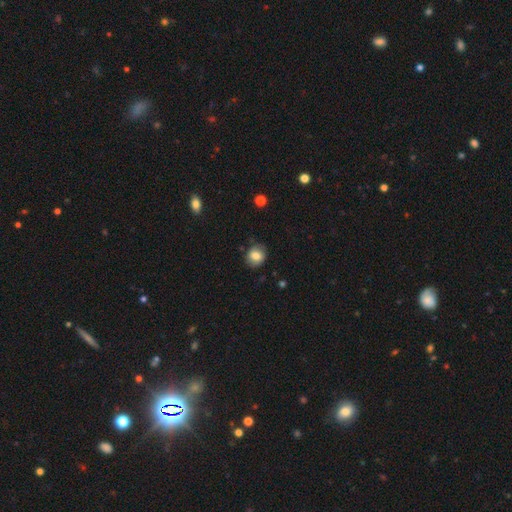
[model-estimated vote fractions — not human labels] smooth_or_featured: smooth (p=0.80) [alt: featured or disk p=0.11]
how_rounded: round (p=0.72) [alt: in between p=0.27]
merging: none (p=0.79) [alt: minor disturbance p=0.16]